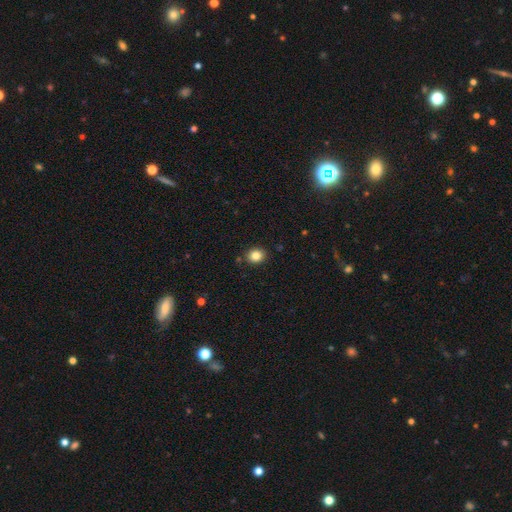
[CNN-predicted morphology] Q: Smooth or featured?
A: smooth (85%); runner-up: star or artifact (10%)
Q: How rounded?
A: round (66%); runner-up: in between (33%)
Q: Merging?
A: none (88%); runner-up: minor disturbance (8%)